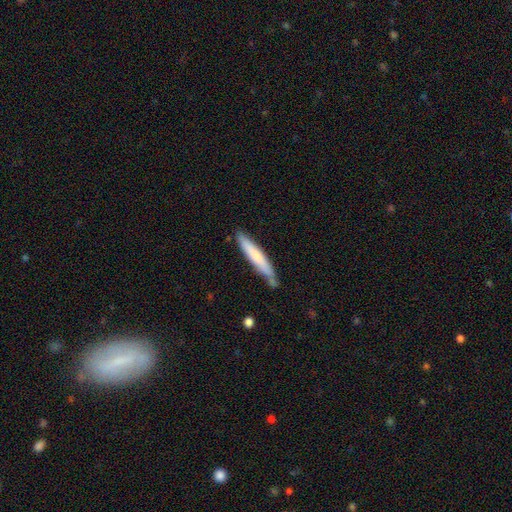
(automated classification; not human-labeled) This is likely a smooth galaxy (67%). How rounded: clearly cigar-shaped (93%). Merging: likely none (74%).